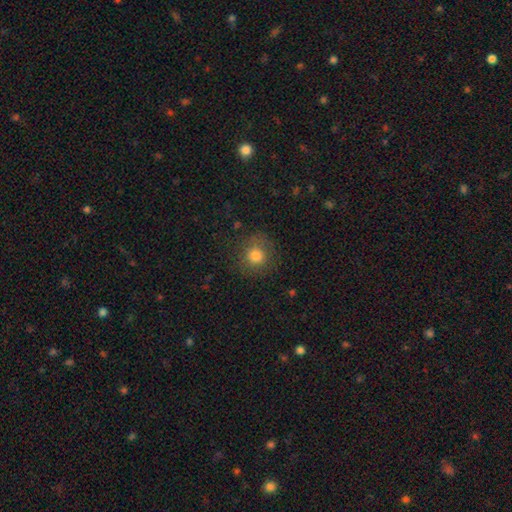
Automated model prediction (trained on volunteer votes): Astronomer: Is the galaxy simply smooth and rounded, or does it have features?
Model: smooth — 79%.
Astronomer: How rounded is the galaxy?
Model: round — 90%.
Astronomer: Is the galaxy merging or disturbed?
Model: none — 82%.